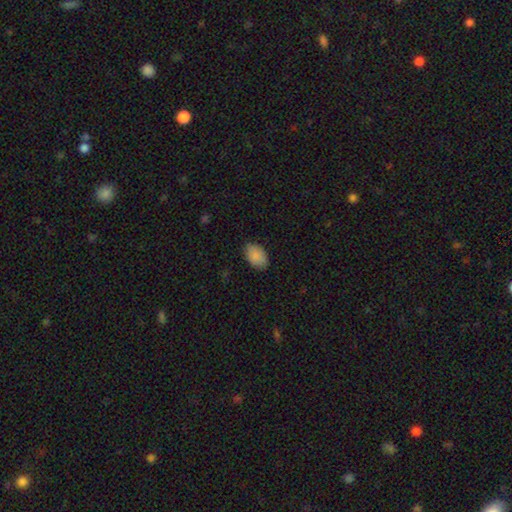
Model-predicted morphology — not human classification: A smooth galaxy with no disk features (89%) that is in between round and cigar-shaped (91%).

Vote fractions:
- Smooth or featured? smooth: 89% / star or artifact: 7% / featured or disk: 5%
- How rounded? in between: 91% / round: 8% / cigar-shaped: 1%
- Merging? none: 84% / minor disturbance: 12% / major disturbance: 3% / merger: 1%